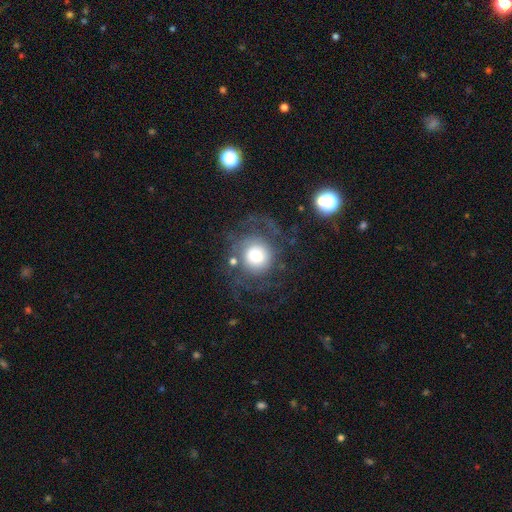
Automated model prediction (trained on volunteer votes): A featured or disk galaxy (55%) with no bar (82%), spiral arms (79%) and a large central bulge (47%). Merging: none (59%).